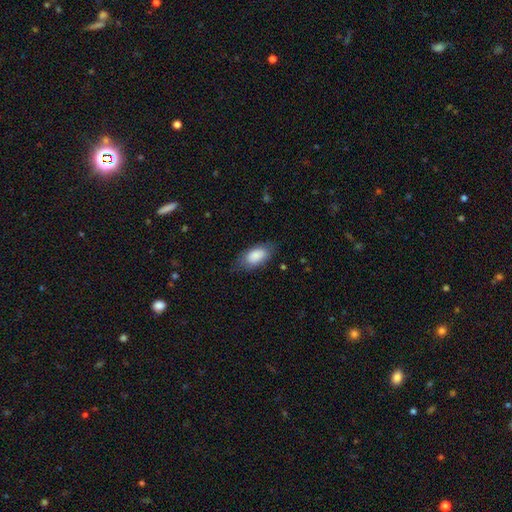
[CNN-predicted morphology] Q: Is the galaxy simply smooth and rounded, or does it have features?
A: smooth — 85%.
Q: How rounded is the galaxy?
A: in between — 92%.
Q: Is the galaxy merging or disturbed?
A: none — 74%.